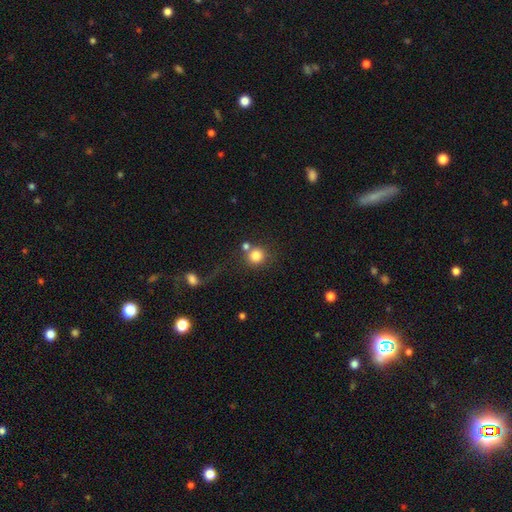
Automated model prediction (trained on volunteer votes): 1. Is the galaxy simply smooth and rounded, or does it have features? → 81% smooth, 10% star or artifact, 8% featured or disk.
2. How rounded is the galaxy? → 90% round, 9% in between, 1% cigar-shaped.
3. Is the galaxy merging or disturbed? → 61% none, 22% merger, 10% minor disturbance, 7% major disturbance.